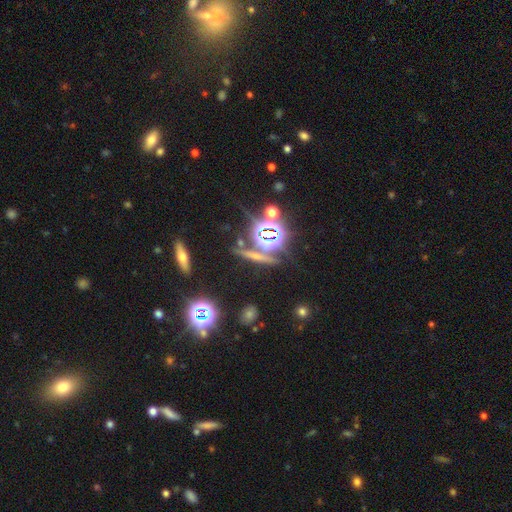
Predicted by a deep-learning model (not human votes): Morphology: type=star or artifact (45%).